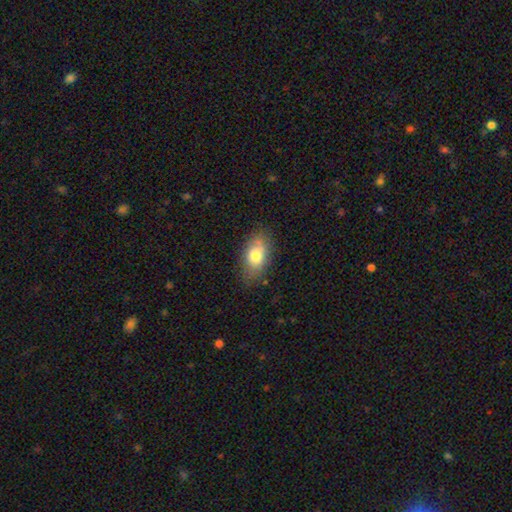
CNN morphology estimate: Smooth or featured: smooth — 75% (featured or disk — 17%)
How rounded: in between — 87% (round — 9%)
Merging: none — 74% (minor disturbance — 19%)